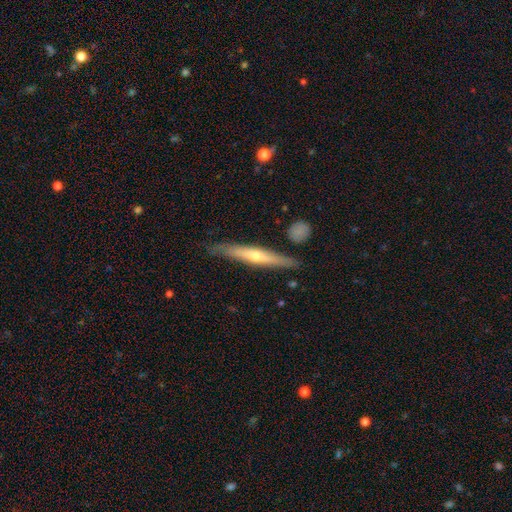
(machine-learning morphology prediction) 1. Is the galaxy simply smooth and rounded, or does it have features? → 62% featured or disk, 32% smooth, 6% star or artifact.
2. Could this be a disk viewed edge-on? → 93% yes, 7% no.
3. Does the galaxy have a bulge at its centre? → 74% rounded, 22% none, 4% boxy.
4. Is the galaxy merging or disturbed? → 84% none, 11% minor disturbance, 3% merger, 2% major disturbance.